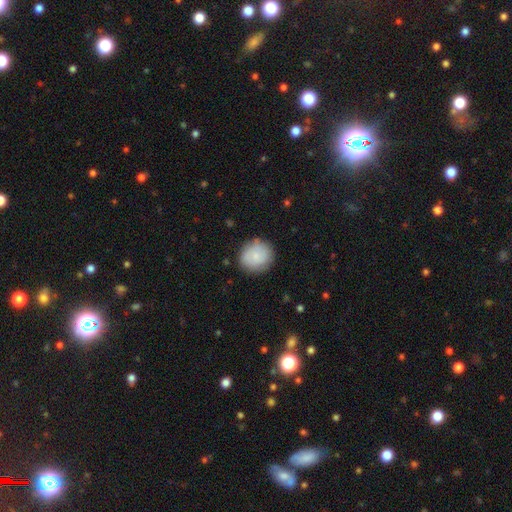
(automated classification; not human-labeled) This appears to be a smooth galaxy with no disk features (80%) that is round (89%). Merging: none (83%).